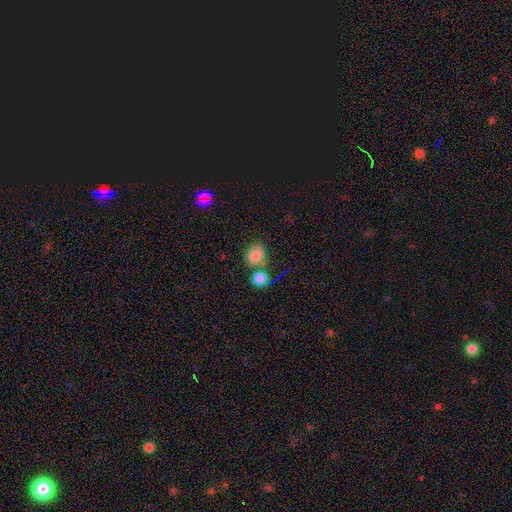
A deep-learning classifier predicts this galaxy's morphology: This is clearly a smooth galaxy (80%). How rounded: possibly round (60%). Merging: possibly none (58%).